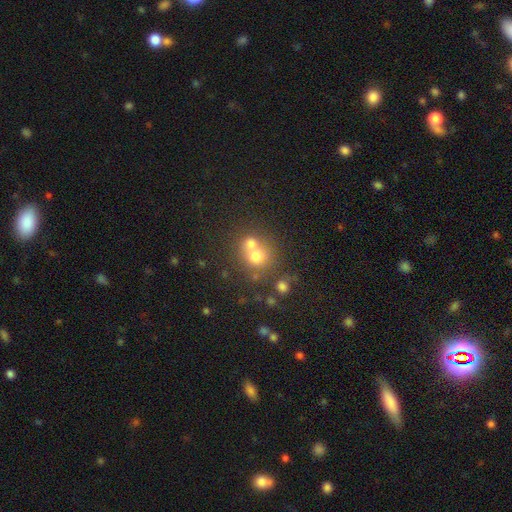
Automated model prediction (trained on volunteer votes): Q: Smooth or featured?
A: smooth (66%); runner-up: featured or disk (19%)
Q: How rounded?
A: round (80%); runner-up: in between (19%)
Q: Merging?
A: merger (54%); runner-up: none (36%)